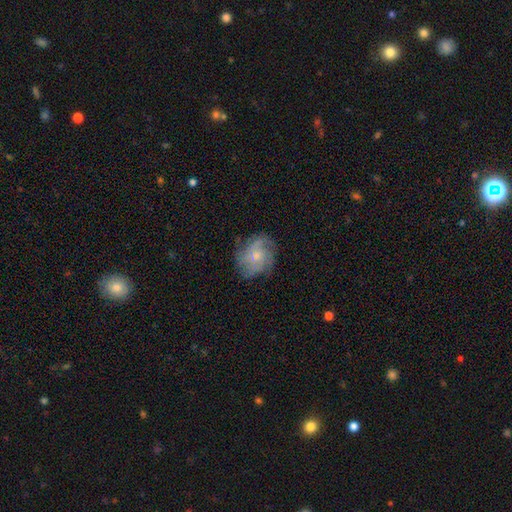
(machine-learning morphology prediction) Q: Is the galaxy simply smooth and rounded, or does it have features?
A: featured or disk — 61%.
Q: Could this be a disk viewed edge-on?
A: no — 97%.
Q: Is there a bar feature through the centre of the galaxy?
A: no — 75%.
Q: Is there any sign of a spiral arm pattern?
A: yes — 84%.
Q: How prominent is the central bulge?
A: small — 56%.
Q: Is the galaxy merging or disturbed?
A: none — 70%.